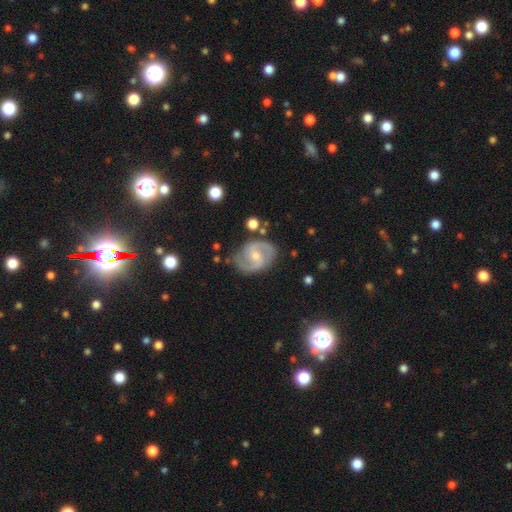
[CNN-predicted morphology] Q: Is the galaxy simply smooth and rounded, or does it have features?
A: featured or disk — 88%.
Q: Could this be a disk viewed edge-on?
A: no — 98%.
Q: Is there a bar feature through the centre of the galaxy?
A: weak — 50%.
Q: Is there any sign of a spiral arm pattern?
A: yes — 97%.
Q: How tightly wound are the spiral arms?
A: medium — 60%.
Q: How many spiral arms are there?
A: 2 — 91%.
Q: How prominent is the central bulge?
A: small — 51%.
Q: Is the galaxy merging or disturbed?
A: none — 78%.